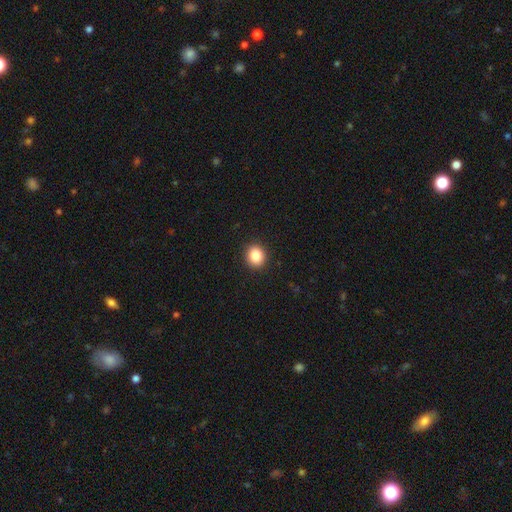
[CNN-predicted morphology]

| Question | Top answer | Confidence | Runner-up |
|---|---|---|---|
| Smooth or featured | smooth | 86% | star or artifact (9%) |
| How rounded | round | 77% | in between (22%) |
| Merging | none | 92% | minor disturbance (5%) |